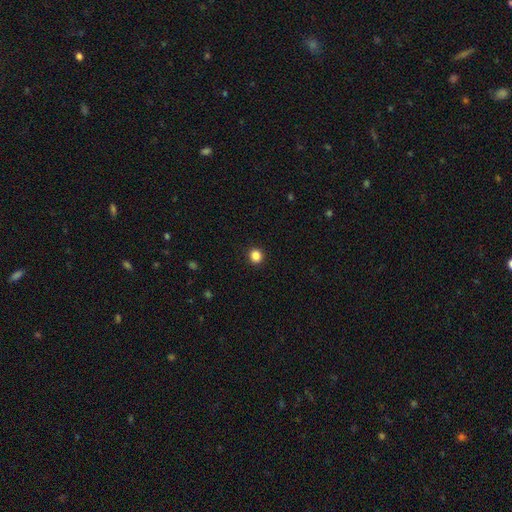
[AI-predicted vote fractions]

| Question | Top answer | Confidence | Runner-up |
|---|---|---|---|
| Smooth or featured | smooth | 86% | star or artifact (11%) |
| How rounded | round | 88% | in between (11%) |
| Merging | none | 93% | minor disturbance (5%) |